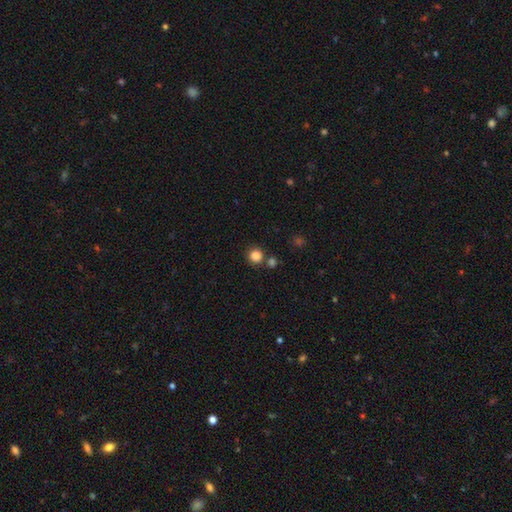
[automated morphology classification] Q: Smooth or featured?
A: smooth (84%); runner-up: star or artifact (11%)
Q: How rounded?
A: round (92%); runner-up: in between (7%)
Q: Merging?
A: none (76%); runner-up: merger (14%)